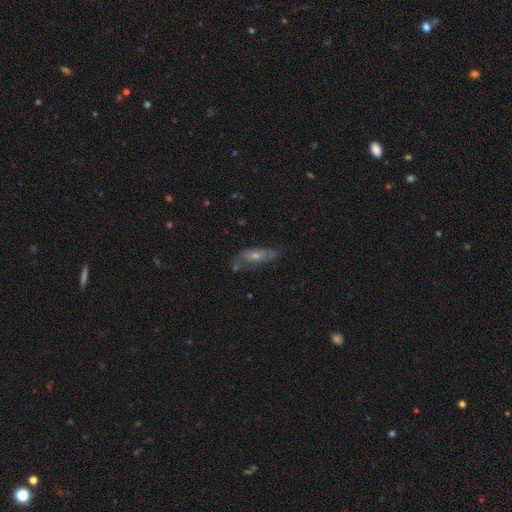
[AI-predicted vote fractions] The model was most divided on "smooth or featured": featured or disk: 47%, smooth: 45%, star or artifact: 8%. More confident: merging — none (57%).